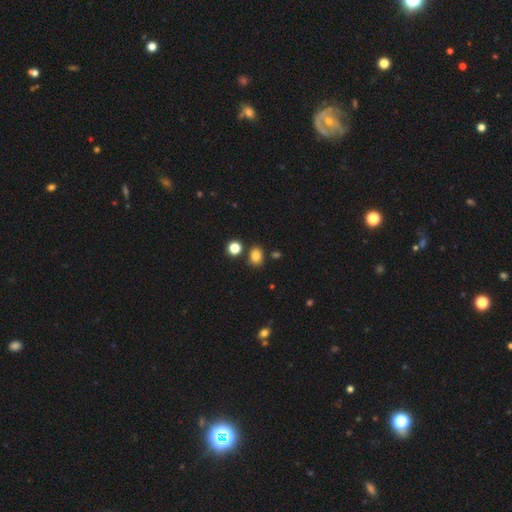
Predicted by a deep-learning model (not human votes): smooth_or_featured: smooth (p=0.82) [alt: star or artifact p=0.13]
how_rounded: in between (p=0.53) [alt: round p=0.46]
merging: none (p=0.79) [alt: minor disturbance p=0.10]